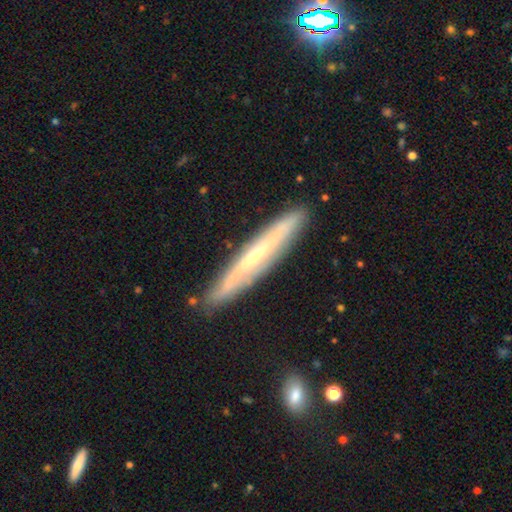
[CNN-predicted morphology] The model was most divided on "edge-on bulge": rounded: 53%, none: 41%, boxy: 5%. More confident: merging — none (86%); edge-on disk — yes (85%); smooth or featured — featured or disk (66%).